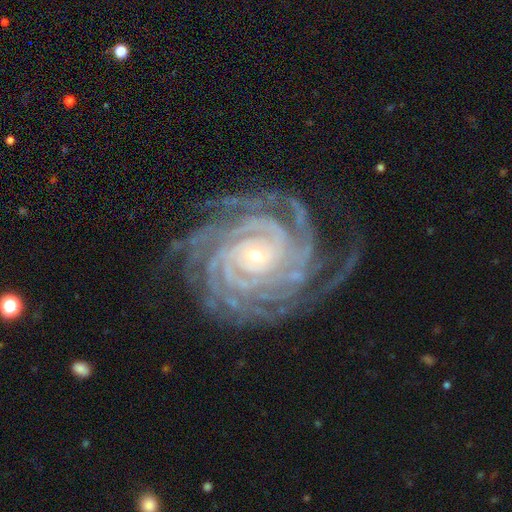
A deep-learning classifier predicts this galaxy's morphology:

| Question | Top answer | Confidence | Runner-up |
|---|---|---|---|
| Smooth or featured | featured or disk | 93% | star or artifact (5%) |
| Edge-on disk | no | 98% | yes (2%) |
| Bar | no | 68% | weak (19%) |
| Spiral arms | yes | 99% | no (1%) |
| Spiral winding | tight | 85% | medium (13%) |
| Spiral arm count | more than 4 | 33% | 4 (25%) |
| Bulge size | small | 75% | moderate (21%) |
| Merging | none | 76% | minor disturbance (15%) |